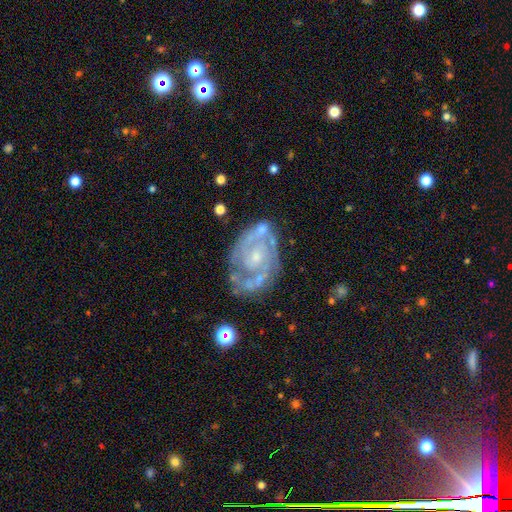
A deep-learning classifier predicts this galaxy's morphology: The model was most divided on "spiral winding": tight: 56%, medium: 36%, loose: 8%. More confident: edge-on disk — no (97%); spiral arms — yes (91%); smooth or featured — featured or disk (86%); merging — none (65%); bulge size — small (65%); bar — no (64%); spiral arm count — 2 (56%).